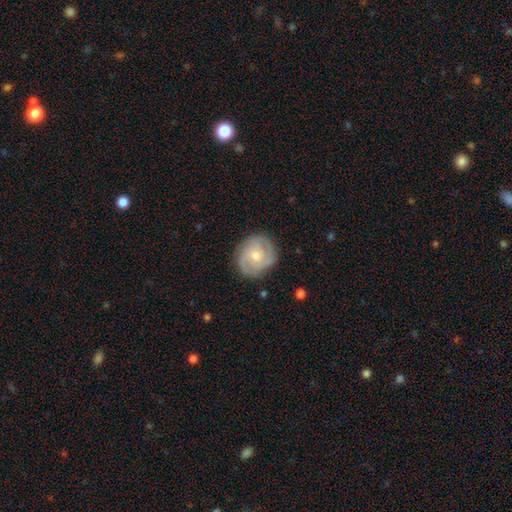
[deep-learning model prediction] Smooth or featured? featured or disk (64%)
Edge-on disk? no (98%)
Bar? no (70%)
Spiral arms? yes (88%)
Spiral winding? tight (50%)
Spiral arm count? 3 (31%)
Bulge size? small (49%)
Merging? none (80%)